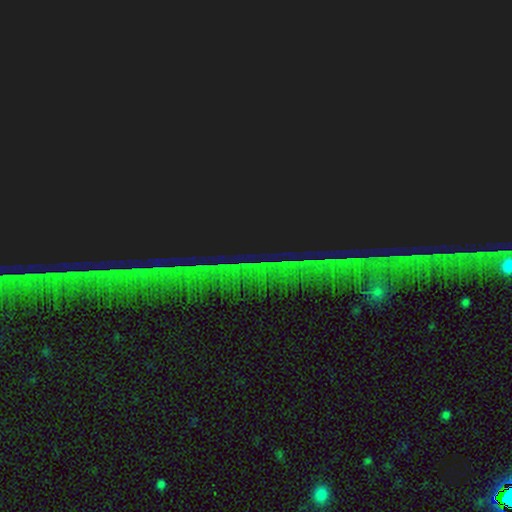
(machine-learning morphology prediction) Smooth or featured?
  - star or artifact: 85% *
  - featured or disk: 8%
  - smooth: 7%